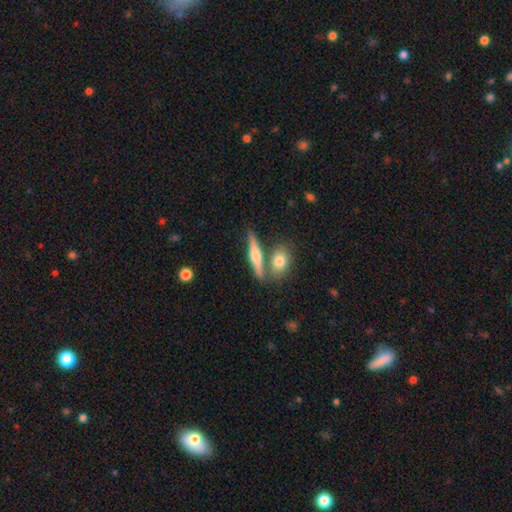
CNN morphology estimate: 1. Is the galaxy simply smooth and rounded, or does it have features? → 53% featured or disk, 40% smooth, 7% star or artifact.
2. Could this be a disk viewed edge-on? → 94% yes, 6% no.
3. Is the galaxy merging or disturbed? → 69% none, 18% merger, 10% minor disturbance, 3% major disturbance.